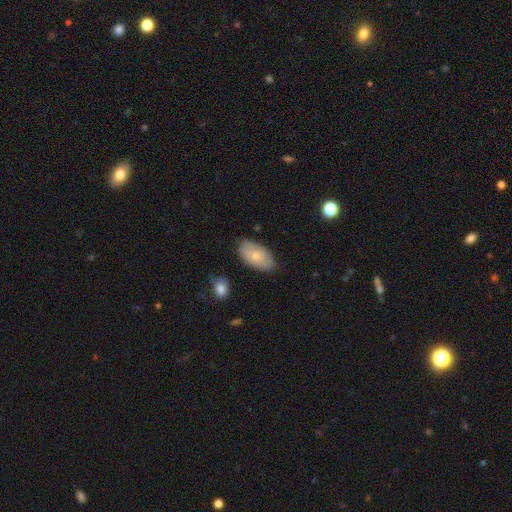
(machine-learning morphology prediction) This appears to be a smooth galaxy with no disk features (64%) that is in between round and cigar-shaped (94%). Merging: none (78%).